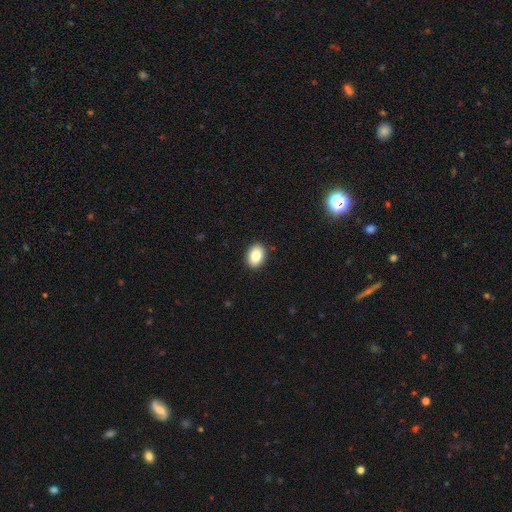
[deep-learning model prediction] Smooth or featured: smooth — 84% (star or artifact — 8%)
How rounded: in between — 74% (round — 25%)
Merging: none — 91% (minor disturbance — 7%)